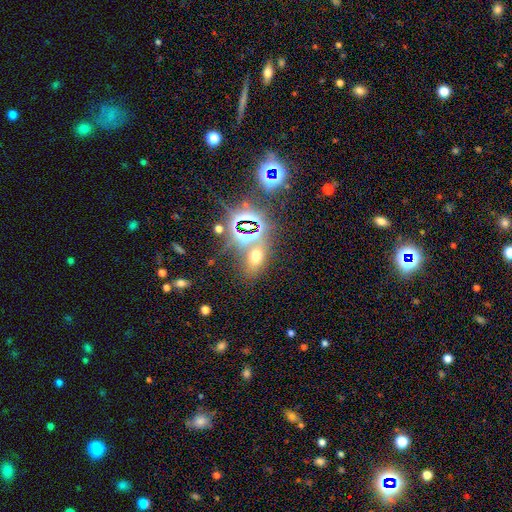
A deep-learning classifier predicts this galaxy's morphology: smooth 48%, star or artifact 41%, featured or disk 11%. Down the decision tree: merging — none (64%).